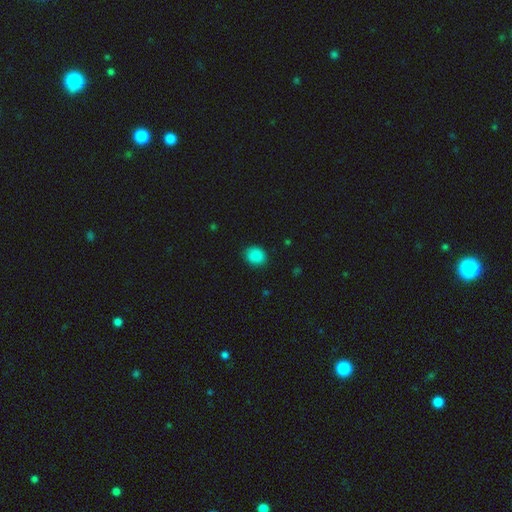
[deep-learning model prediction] smooth-or-featured: smooth: 88% | star or artifact: 9% | featured or disk: 3%
  how-rounded: round: 64% | in between: 35% | cigar-shaped: 1%
  merging: none: 86% | minor disturbance: 10% | major disturbance: 3% | merger: 1%